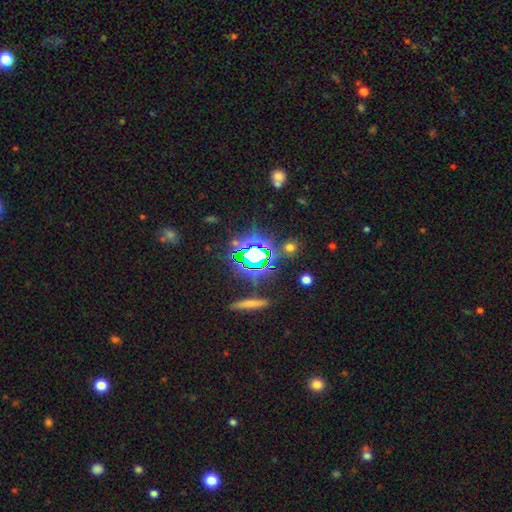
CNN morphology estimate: A star or artifact, not a galaxy (66%).

Vote fractions:
- Smooth or featured? star or artifact: 66% / smooth: 21% / featured or disk: 13%